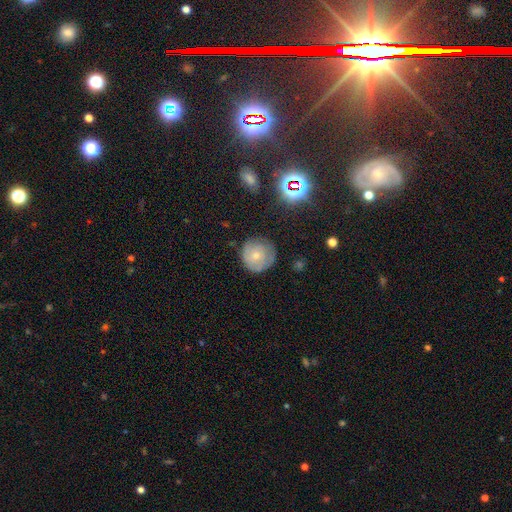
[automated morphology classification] Overall: smooth (58%; featured or disk 32%). How rounded: round (94%). Merging: none (75%).